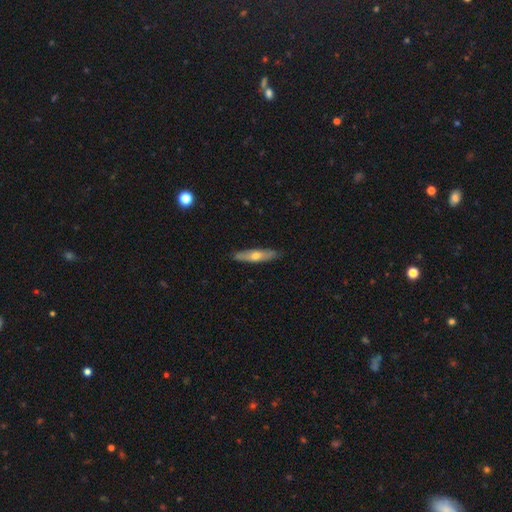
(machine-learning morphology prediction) This appears to be a smooth galaxy with no disk features (50%). Merging: none (89%).